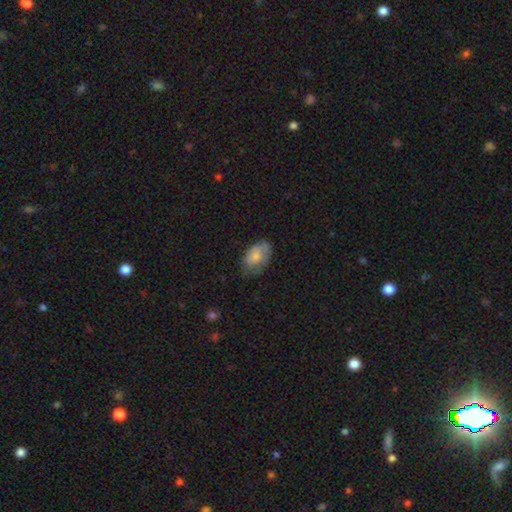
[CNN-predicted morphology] Q: Smooth or featured?
A: smooth (71%); runner-up: featured or disk (22%)
Q: How rounded?
A: in between (90%); runner-up: round (8%)
Q: Merging?
A: none (55%); runner-up: minor disturbance (32%)